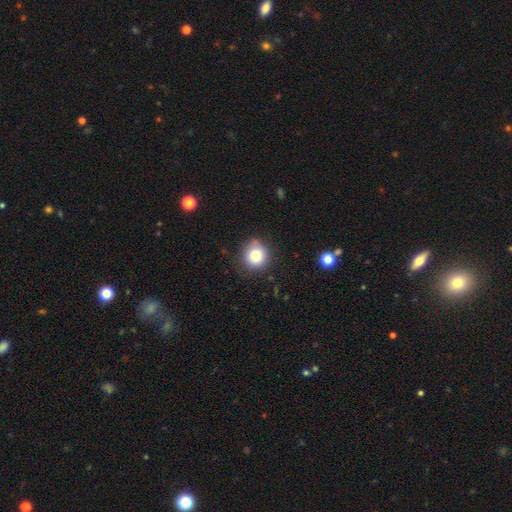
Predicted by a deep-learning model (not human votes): Overall: smooth (79%). How rounded: round (88%). Merging: none (79%).